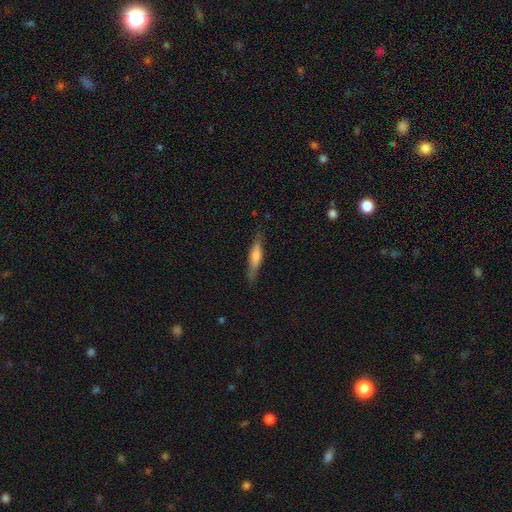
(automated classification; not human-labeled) Morphology: type=smooth (53%); roundness=cigar-shaped (83%); merging=none (81%).